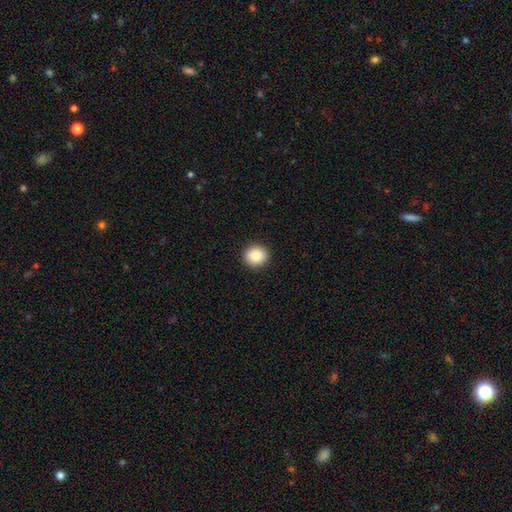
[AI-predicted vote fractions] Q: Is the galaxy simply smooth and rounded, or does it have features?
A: smooth — 87%.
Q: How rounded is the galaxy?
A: round — 82%.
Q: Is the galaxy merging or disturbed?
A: none — 92%.